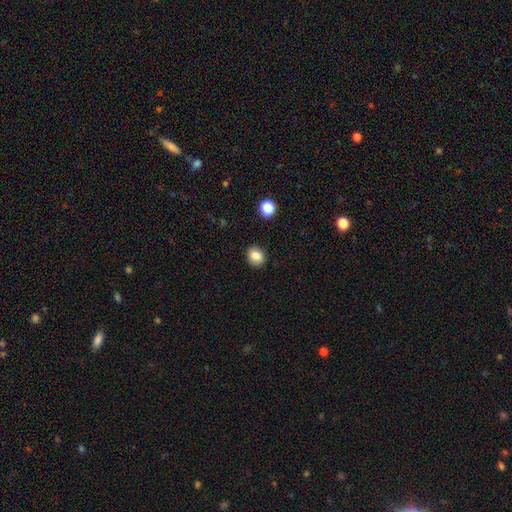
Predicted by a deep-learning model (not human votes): Smooth or featured? Predicted: smooth (p=0.85). How rounded? Predicted: round (p=0.60). Merging? Predicted: none (p=0.89).